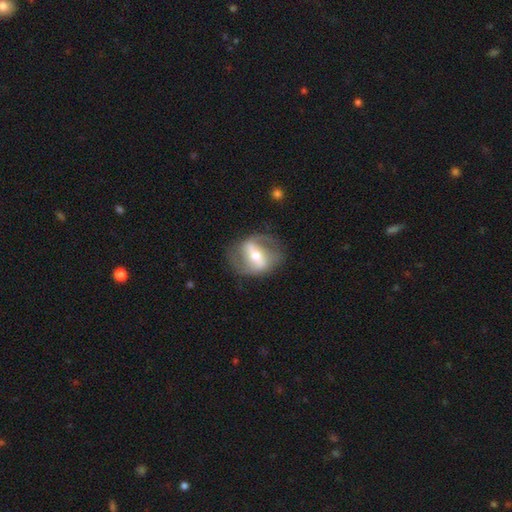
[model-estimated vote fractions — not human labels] Smooth or featured: featured or disk — 77% (smooth — 17%)
Edge-on disk: no — 92% (yes — 8%)
Bar: strong — 64% (weak — 25%)
Spiral arms: yes — 72% (no — 28%)
Spiral winding: medium — 43% (loose — 37%)
Spiral arm count: 2 — 84% (can't tell — 9%)
Bulge size: moderate — 63% (small — 27%)
Merging: none — 73% (minor disturbance — 16%)